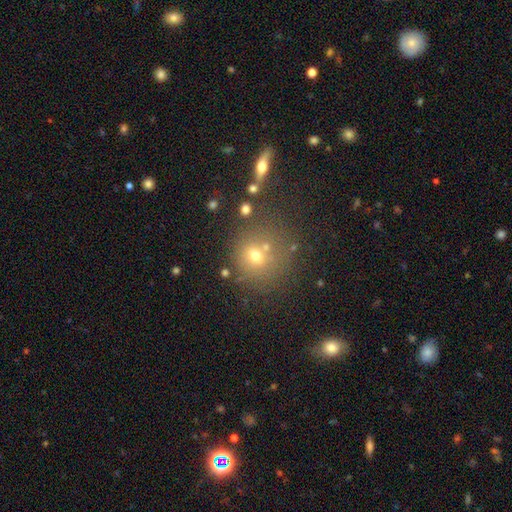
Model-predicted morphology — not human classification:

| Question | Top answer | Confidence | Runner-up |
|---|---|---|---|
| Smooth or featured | smooth | 63% | star or artifact (21%) |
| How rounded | round | 87% | in between (12%) |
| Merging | none | 64% | merger (18%) |